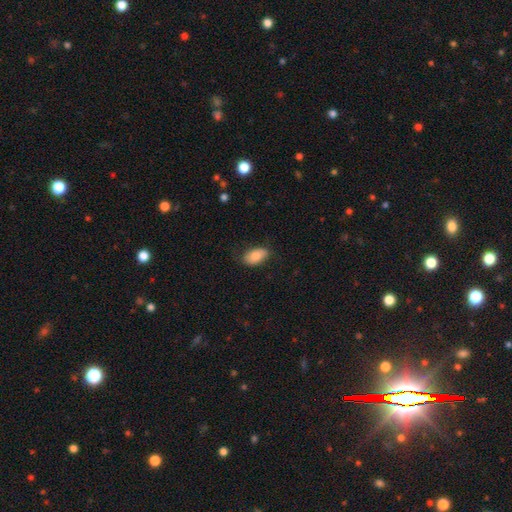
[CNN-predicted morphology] Overall: smooth (83%). How rounded: in between (93%). Merging: none (79%).